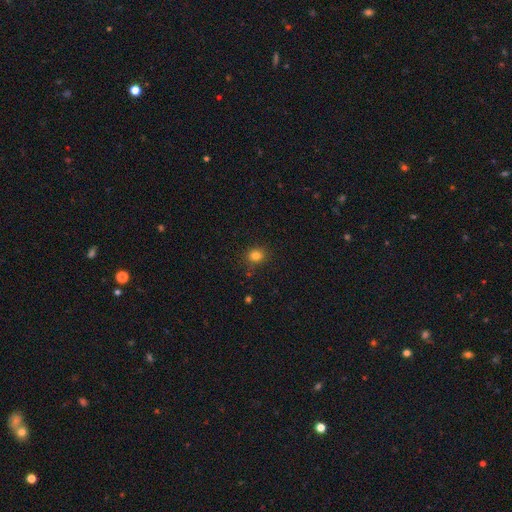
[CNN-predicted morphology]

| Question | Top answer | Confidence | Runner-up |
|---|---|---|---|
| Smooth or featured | smooth | 81% | star or artifact (14%) |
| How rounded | round | 74% | in between (25%) |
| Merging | none | 86% | minor disturbance (10%) |